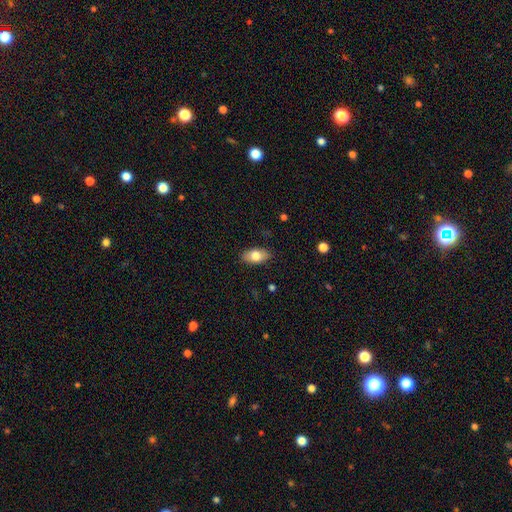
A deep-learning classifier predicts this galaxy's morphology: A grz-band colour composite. It shows a smooth galaxy with no disk features (77%) that is in between round and cigar-shaped (91%). Merging: none (86%).